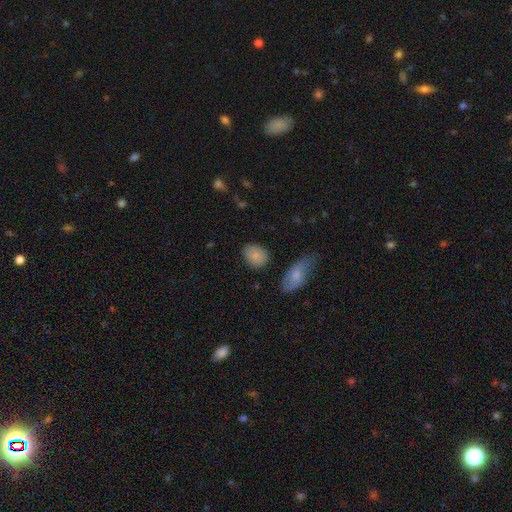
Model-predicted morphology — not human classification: smooth-or-featured: smooth: 84% | featured or disk: 8% | star or artifact: 7%
  how-rounded: in between: 52% | round: 47% | cigar-shaped: 2%
  merging: none: 81% | minor disturbance: 13% | merger: 3% | major disturbance: 3%